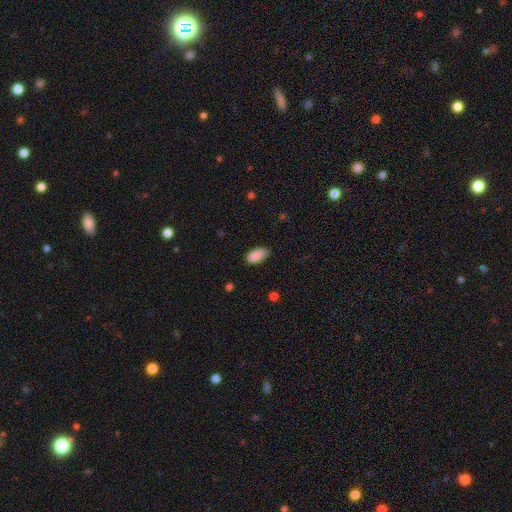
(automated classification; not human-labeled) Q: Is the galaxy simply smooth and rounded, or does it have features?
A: smooth — 89%.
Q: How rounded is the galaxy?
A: in between — 93%.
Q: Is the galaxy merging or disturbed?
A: none — 73%.